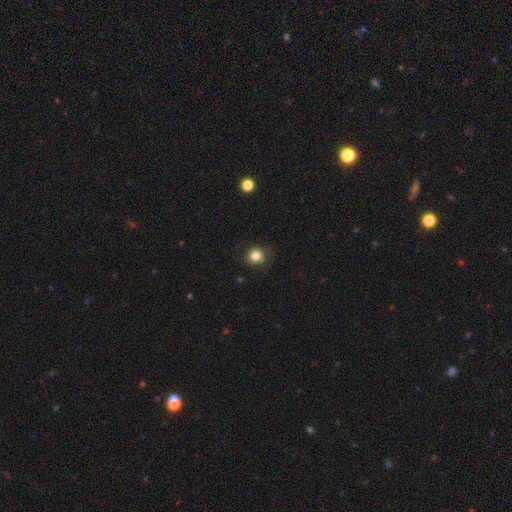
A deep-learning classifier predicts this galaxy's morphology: A smooth galaxy with no disk features (81%) that is round (82%). Merging: none (77%).